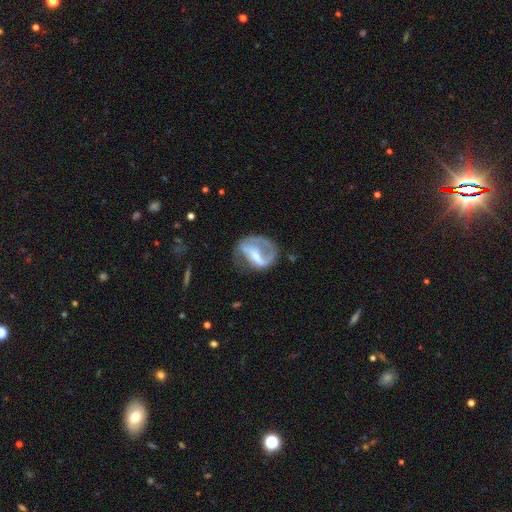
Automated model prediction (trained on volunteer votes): featured or disk 69%, smooth 24%, star or artifact 7%. Down the decision tree: edge-on disk — no (95%); bar — strong (41%); spiral arms — yes (71%); bulge size — small (40%, tied with moderate); merging — none (47%).